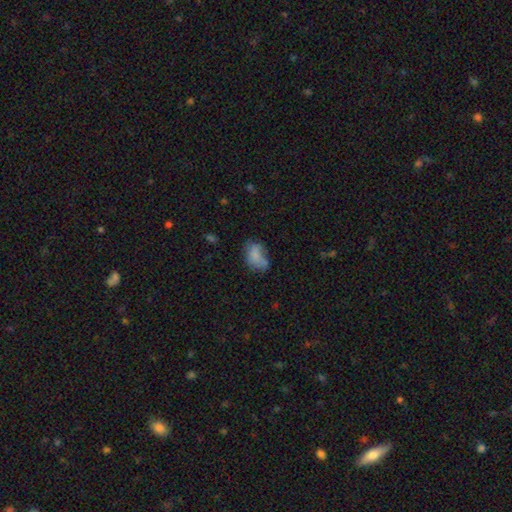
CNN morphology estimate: Smooth or featured? Predicted: smooth (p=0.74). How rounded? Predicted: in between (p=0.82). Merging? Predicted: none (p=0.40).